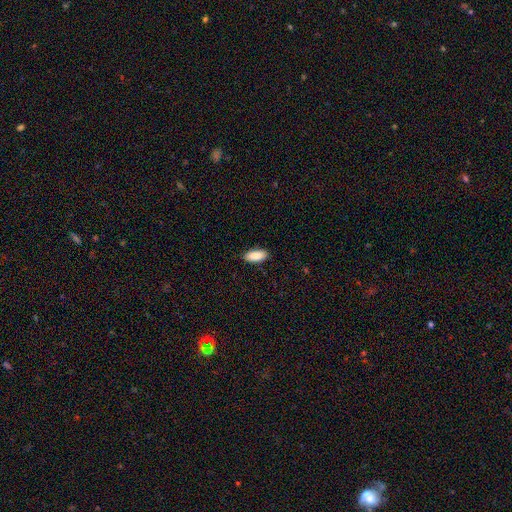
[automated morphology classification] smooth_or_featured: smooth (p=0.90) [alt: star or artifact p=0.06]
how_rounded: in between (p=0.87) [alt: cigar-shaped p=0.11]
merging: none (p=0.89) [alt: minor disturbance p=0.08]